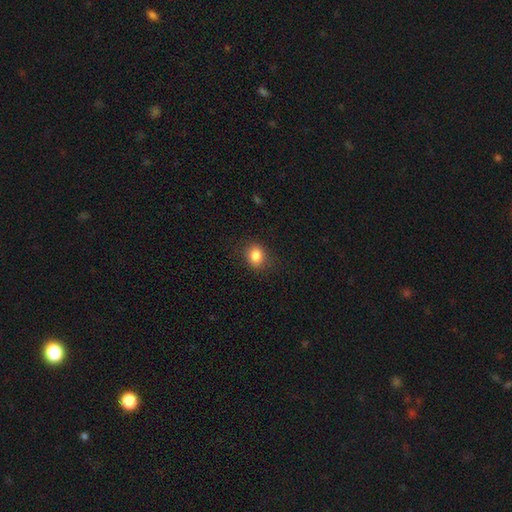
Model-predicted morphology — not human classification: smooth 84%, star or artifact 10%, featured or disk 5%. Down the decision tree: how rounded — round (59%); merging — none (83%).